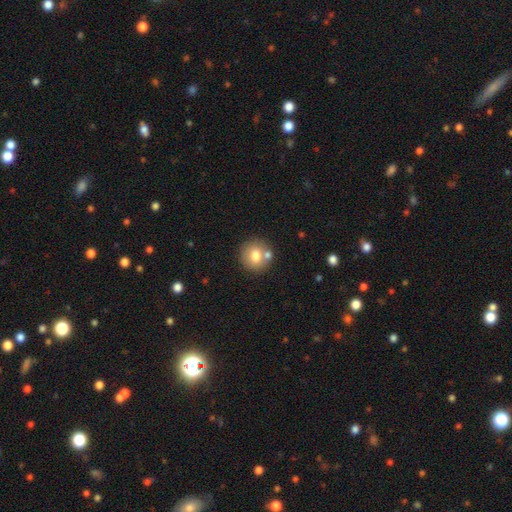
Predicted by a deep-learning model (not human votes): This is likely a smooth galaxy (74%). How rounded: clearly round (87%). Merging: likely none (68%).